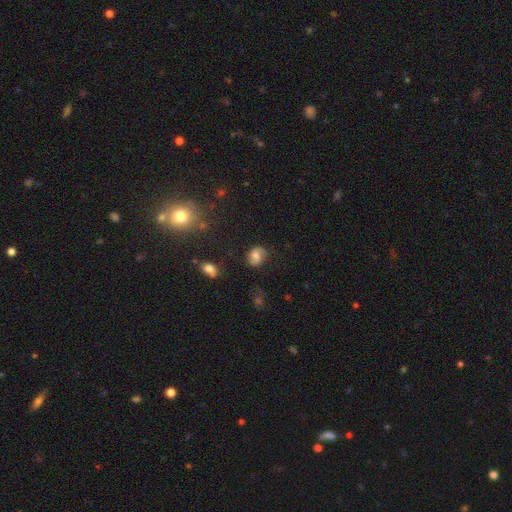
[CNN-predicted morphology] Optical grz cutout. It shows a smooth galaxy with no disk features (51%) that is in between round and cigar-shaped (51%). Merging: none (71%).